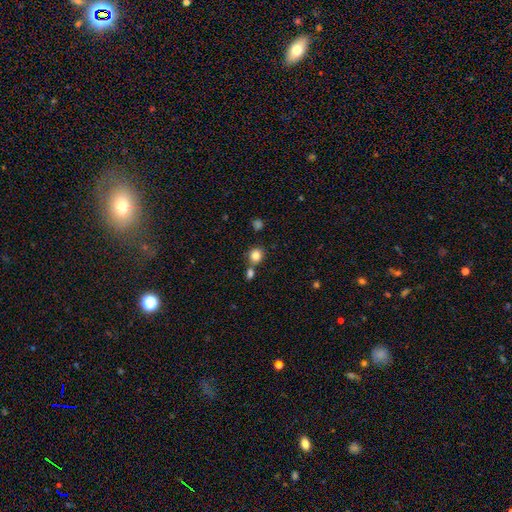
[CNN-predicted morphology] A smooth galaxy with no disk features (83%) that is round (82%). Merging: none (65%).